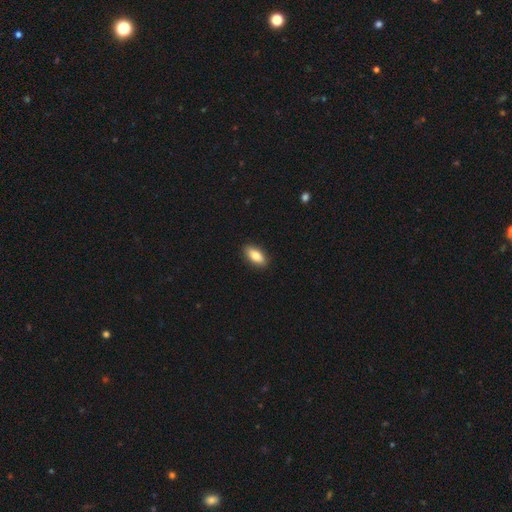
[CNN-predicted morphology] Q: Smooth or featured?
A: smooth (84%); runner-up: featured or disk (10%)
Q: How rounded?
A: in between (87%); runner-up: cigar-shaped (10%)
Q: Merging?
A: none (89%); runner-up: minor disturbance (8%)